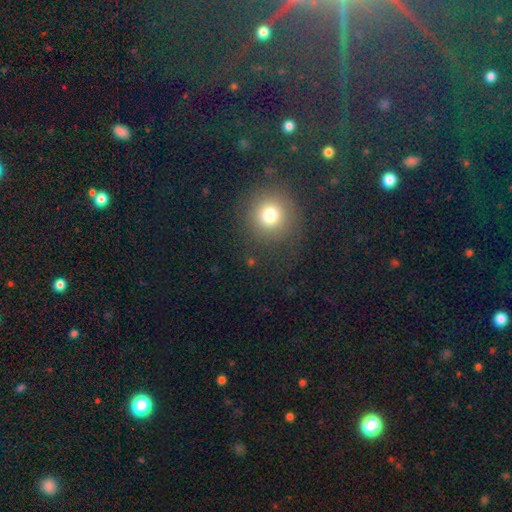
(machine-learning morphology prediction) Smooth or featured?
  - smooth: 62% *
  - star or artifact: 30%
  - featured or disk: 7%
How rounded?
  - round: 93% *
  - in between: 6%
  - cigar-shaped: 1%
Merging?
  - none: 91% *
  - minor disturbance: 5%
  - major disturbance: 3%
  - merger: 2%